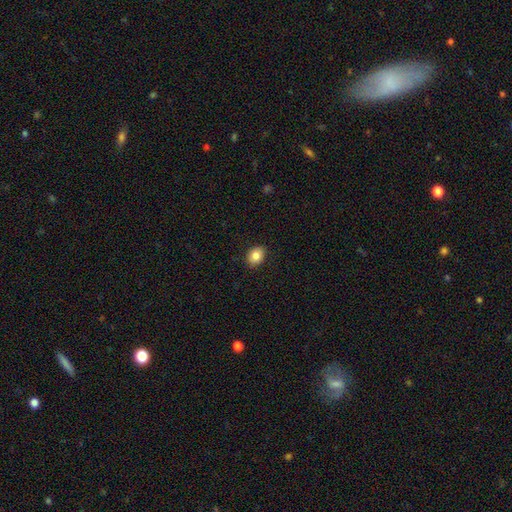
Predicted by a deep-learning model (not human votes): This appears to be a smooth galaxy with no disk features (85%) that is in between round and cigar-shaped (61%). Merging: none (90%).